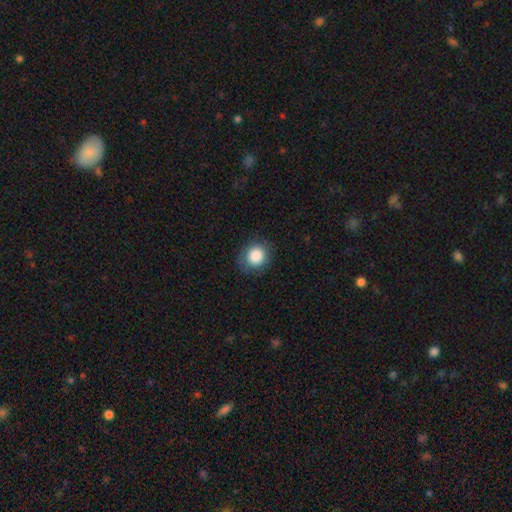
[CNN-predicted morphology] Overall: smooth (86%). How rounded: round (84%). Merging: none (85%).